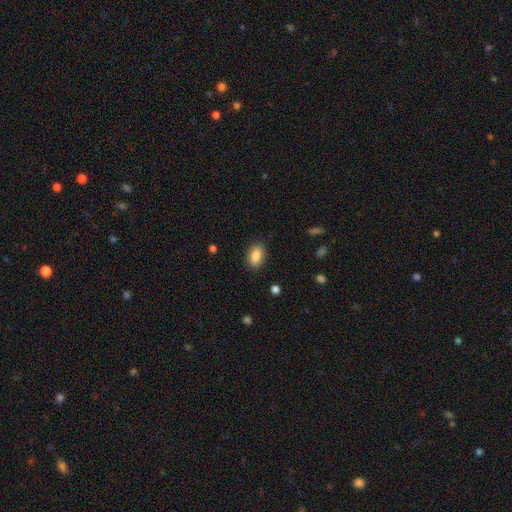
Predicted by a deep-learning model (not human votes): This appears to be a smooth galaxy with no disk features (87%) that is in between round and cigar-shaped (90%). Merging: none (87%).